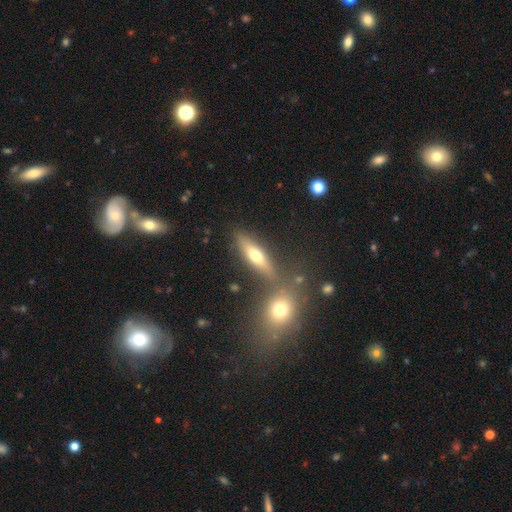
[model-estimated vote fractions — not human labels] Smooth or featured?
  - smooth: 58% *
  - featured or disk: 33%
  - star or artifact: 10%
How rounded?
  - cigar-shaped: 54% *
  - in between: 40%
  - round: 6%
Merging?
  - none: 72% *
  - merger: 13%
  - minor disturbance: 11%
  - major disturbance: 4%